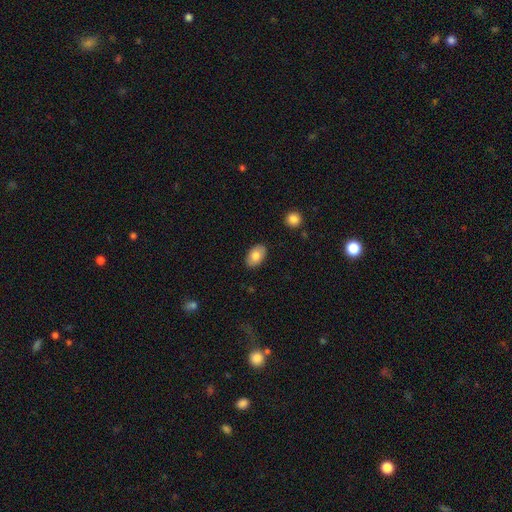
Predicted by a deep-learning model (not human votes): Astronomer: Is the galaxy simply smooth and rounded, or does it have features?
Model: smooth — 81%.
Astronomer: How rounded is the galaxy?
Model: in between — 91%.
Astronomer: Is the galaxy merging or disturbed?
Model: none — 87%.